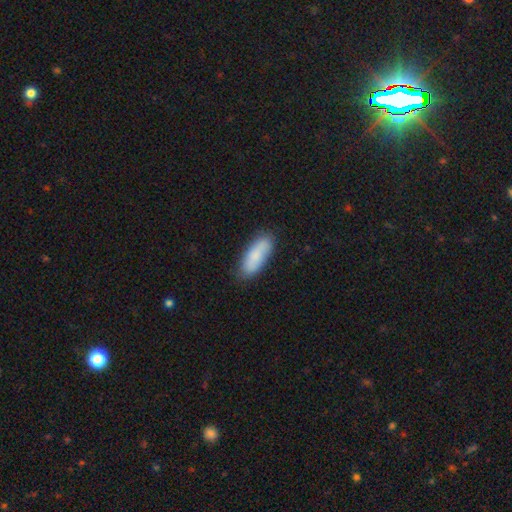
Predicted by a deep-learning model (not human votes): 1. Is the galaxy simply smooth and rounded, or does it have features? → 82% smooth, 12% featured or disk, 6% star or artifact.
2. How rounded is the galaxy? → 71% in between, 27% cigar-shaped, 2% round.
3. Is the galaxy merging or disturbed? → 81% none, 15% minor disturbance, 3% major disturbance, 1% merger.